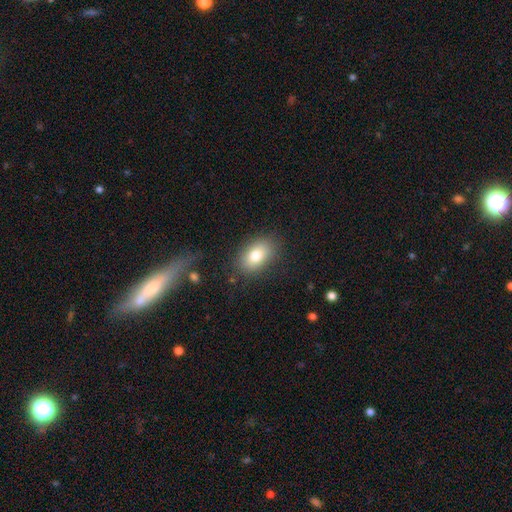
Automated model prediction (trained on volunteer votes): smooth-or-featured: smooth: 78% | featured or disk: 13% | star or artifact: 9%
  how-rounded: in between: 86% | round: 12% | cigar-shaped: 2%
  merging: none: 83% | minor disturbance: 11% | major disturbance: 4% | merger: 1%